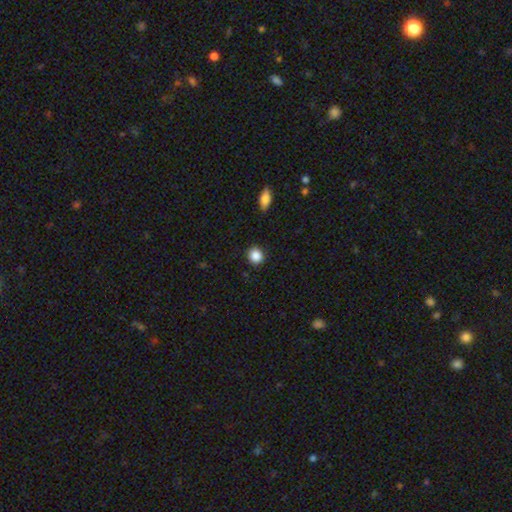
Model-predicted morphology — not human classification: This appears to be a smooth galaxy with no disk features (88%) that is round (86%). Merging: none (90%).